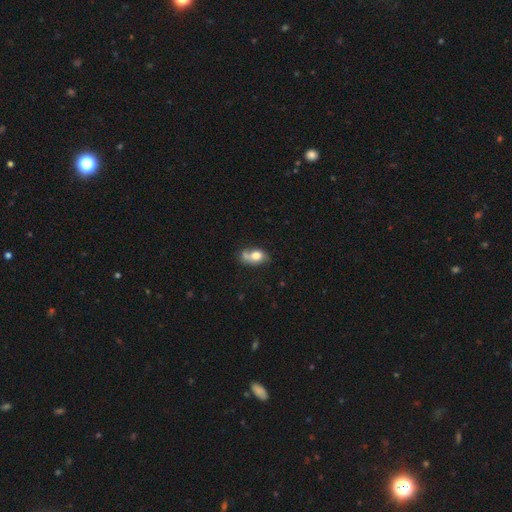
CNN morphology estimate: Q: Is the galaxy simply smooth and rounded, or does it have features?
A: smooth — 66%.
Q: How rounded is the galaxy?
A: in between — 76%.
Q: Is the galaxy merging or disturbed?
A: none — 38%.